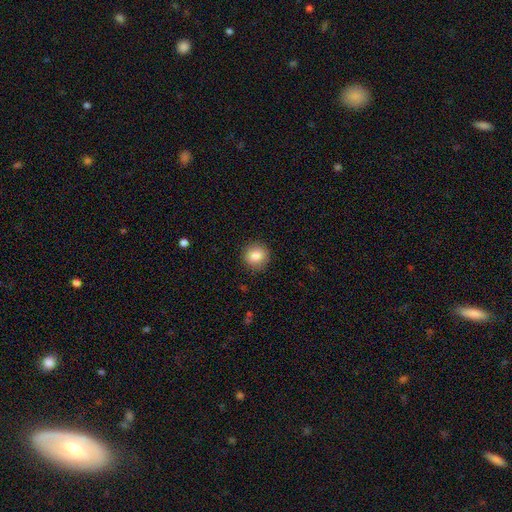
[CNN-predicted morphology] This appears to be a smooth galaxy with no disk features (84%) that is round (91%). Merging: none (90%).